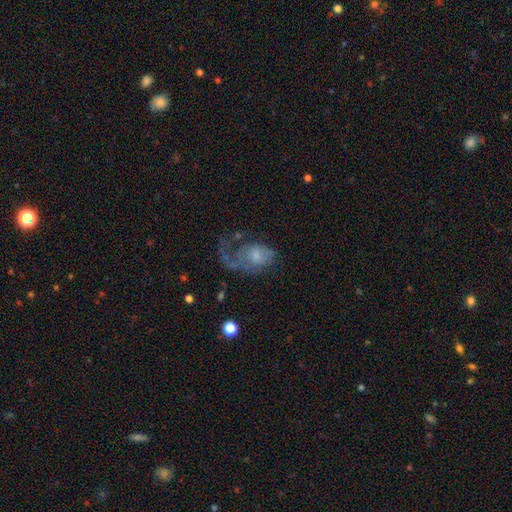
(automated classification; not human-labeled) A featured or disk galaxy (59%) with no bar (75%), spiral arms (70%) and a small central bulge (49%). Merging: major disturbance (54%).